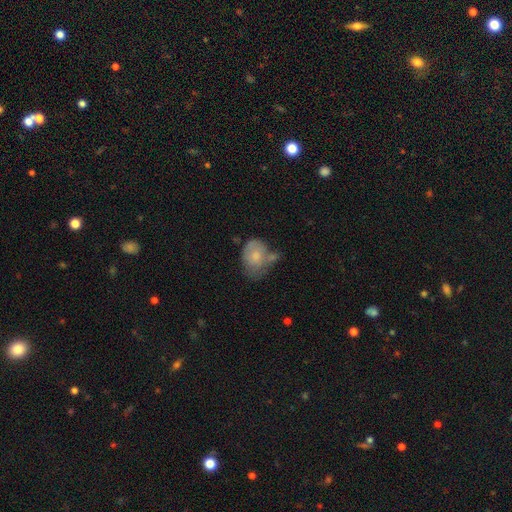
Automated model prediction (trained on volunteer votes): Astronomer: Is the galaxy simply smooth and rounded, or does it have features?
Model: smooth — 65%.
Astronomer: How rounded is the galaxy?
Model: in between — 63%.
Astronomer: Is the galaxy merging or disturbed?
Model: none — 33% (runner-up: minor disturbance, 30%).